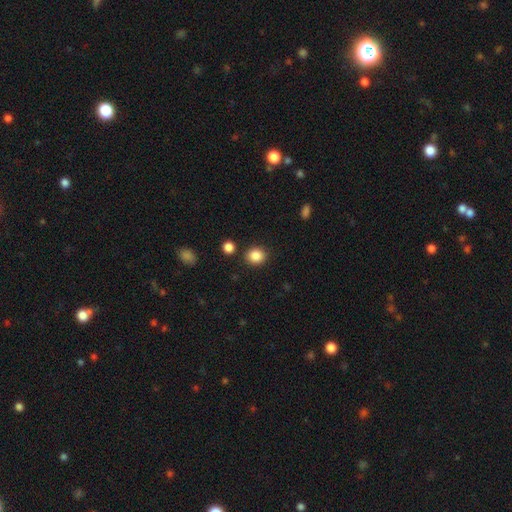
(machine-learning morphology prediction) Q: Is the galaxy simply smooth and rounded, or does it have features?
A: smooth — 86%.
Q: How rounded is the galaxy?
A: round — 75%.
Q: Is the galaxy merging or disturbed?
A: none — 86%.